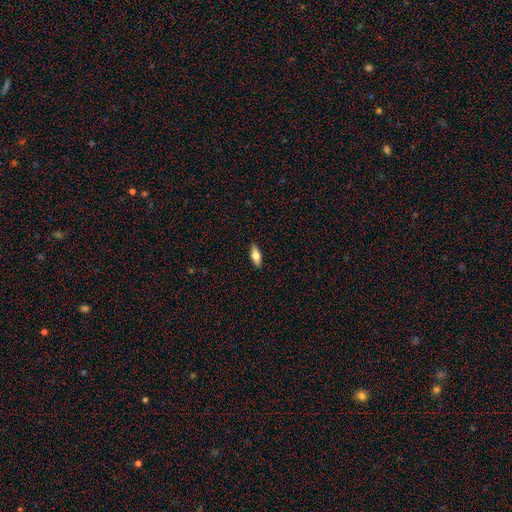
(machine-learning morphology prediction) smooth 62%, featured or disk 31%, star or artifact 7%. Down the decision tree: how rounded — in between (69%); merging — none (89%).